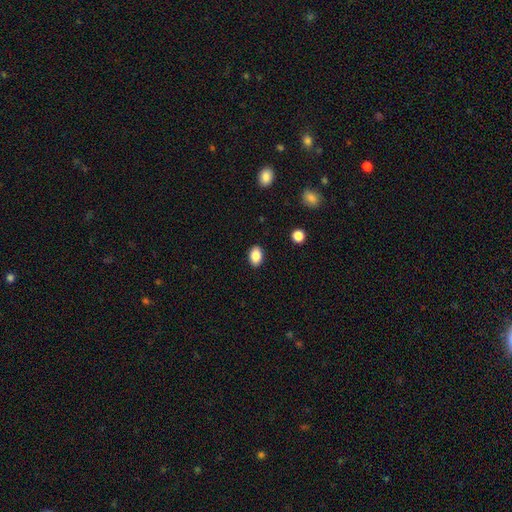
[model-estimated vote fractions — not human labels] Smooth or featured? Predicted: smooth (p=0.87). How rounded? Predicted: in between (p=0.85). Merging? Predicted: none (p=0.89).